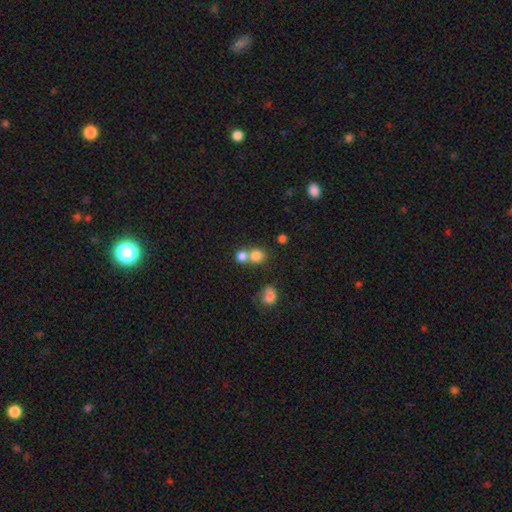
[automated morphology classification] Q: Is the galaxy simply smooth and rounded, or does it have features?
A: smooth — 78%.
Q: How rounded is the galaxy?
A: round — 84%.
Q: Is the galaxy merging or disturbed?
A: none — 46%.